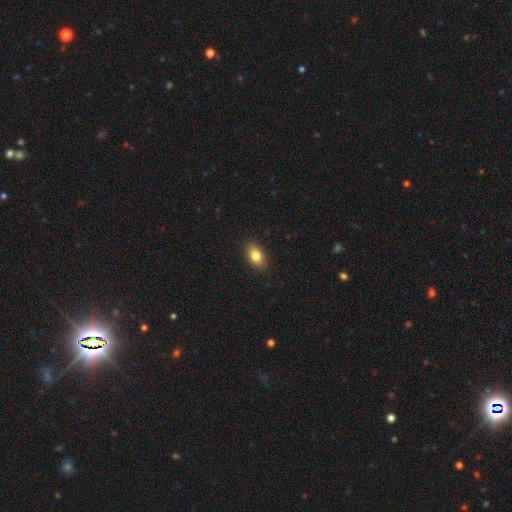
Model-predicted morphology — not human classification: A smooth galaxy with no disk features (83%) that is in between round and cigar-shaped (88%).

Vote fractions:
- Smooth or featured? smooth: 83% / featured or disk: 9% / star or artifact: 8%
- How rounded? in between: 88% / round: 9% / cigar-shaped: 3%
- Merging? none: 88% / minor disturbance: 9% / major disturbance: 2% / merger: 1%